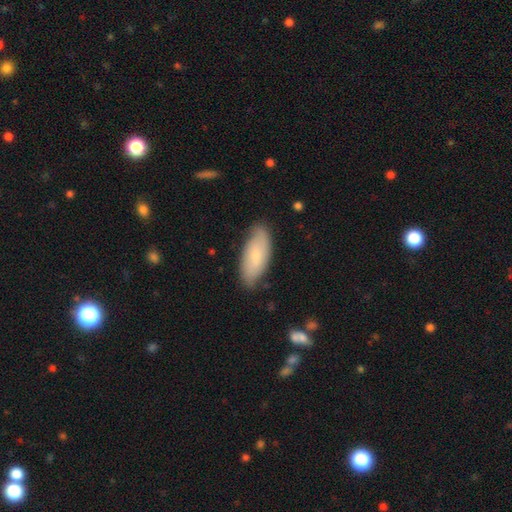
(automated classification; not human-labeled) Smooth or featured? smooth (67%)
How rounded? in between (80%)
Merging? none (79%)